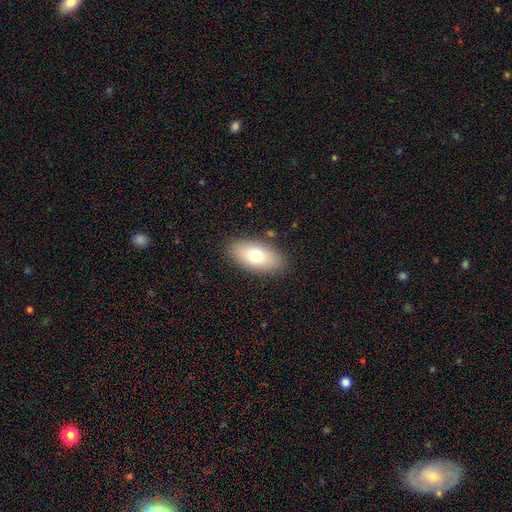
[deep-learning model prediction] Q: Smooth or featured?
A: smooth (74%); runner-up: featured or disk (19%)
Q: How rounded?
A: in between (92%); runner-up: round (4%)
Q: Merging?
A: none (87%); runner-up: minor disturbance (9%)